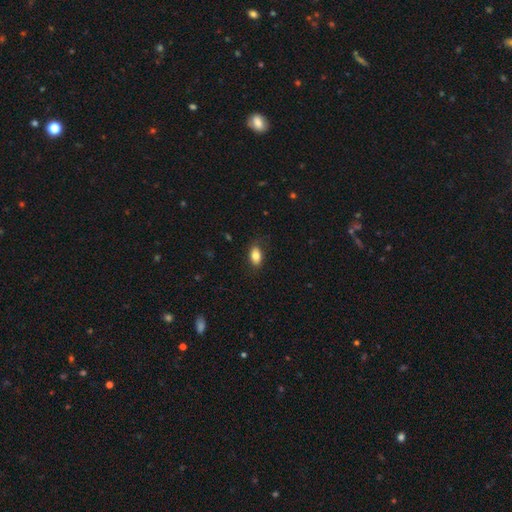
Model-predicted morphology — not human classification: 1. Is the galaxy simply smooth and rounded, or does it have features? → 82% smooth, 10% featured or disk, 8% star or artifact.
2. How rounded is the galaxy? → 89% in between, 7% round, 4% cigar-shaped.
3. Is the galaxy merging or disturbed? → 80% none, 15% minor disturbance, 4% major disturbance, 1% merger.